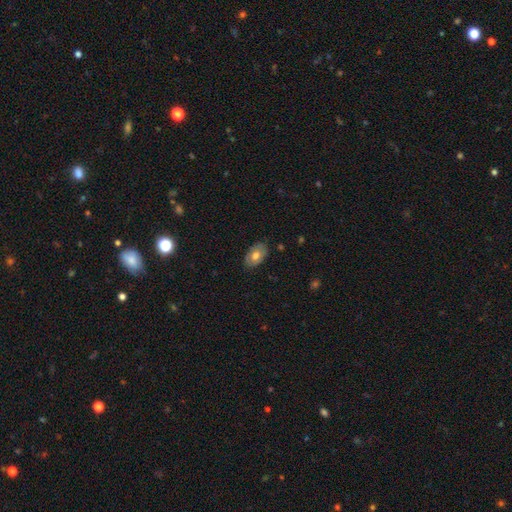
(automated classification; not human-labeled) Smooth or featured? Predicted: smooth (p=0.66). How rounded? Predicted: in between (p=0.92). Merging? Predicted: none (p=0.82).